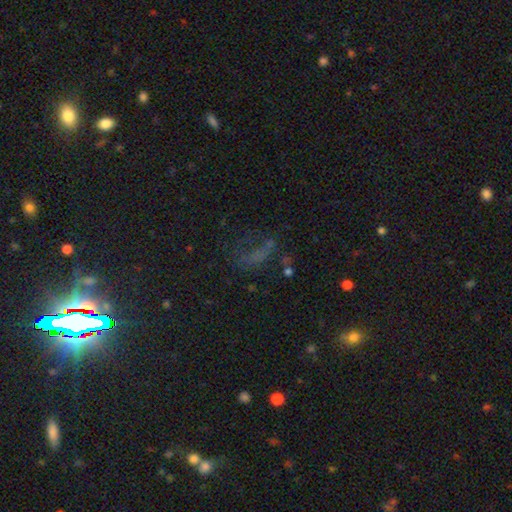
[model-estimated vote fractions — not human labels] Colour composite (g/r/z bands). It shows a star or artifact, not a galaxy (40%).